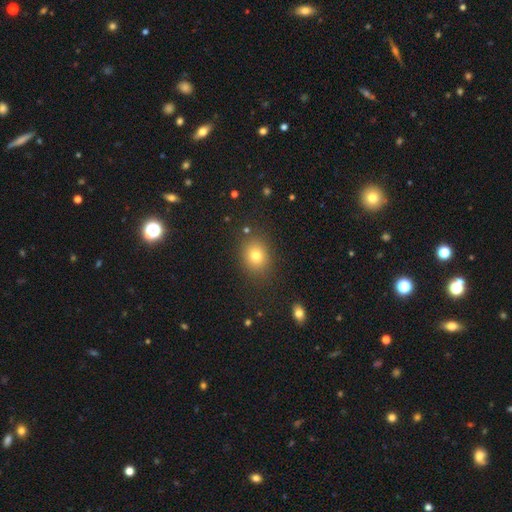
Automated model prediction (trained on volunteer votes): Morphology: type=smooth (78%); roundness=round (54%); merging=none (85%).